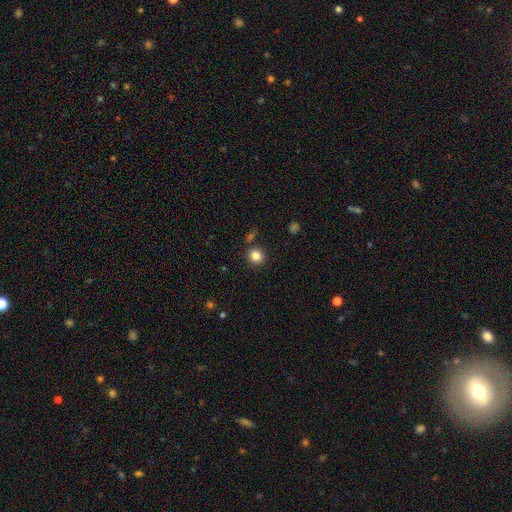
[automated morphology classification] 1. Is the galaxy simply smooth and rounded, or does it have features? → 84% smooth, 11% star or artifact, 5% featured or disk.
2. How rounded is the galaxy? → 88% round, 11% in between, 1% cigar-shaped.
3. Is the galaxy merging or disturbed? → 86% none, 7% minor disturbance, 4% merger, 2% major disturbance.